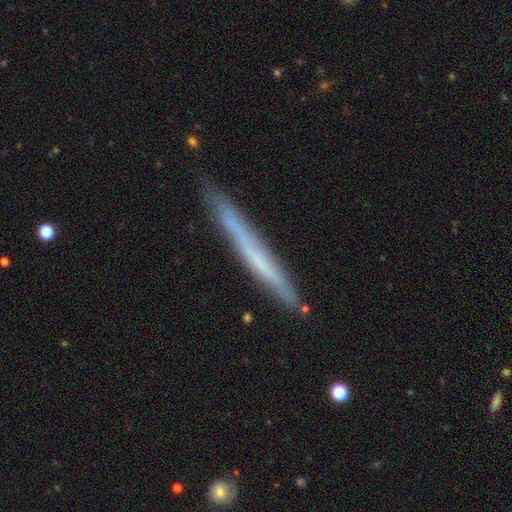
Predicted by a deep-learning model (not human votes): A featured or disk galaxy (50%). Merging: none (82%).